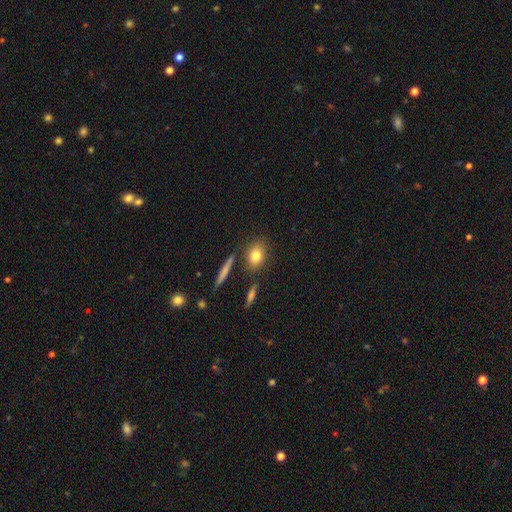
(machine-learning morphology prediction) smooth_or_featured: smooth (p=0.79) [alt: featured or disk p=0.12]
how_rounded: in between (p=0.65) [alt: round p=0.30]
merging: none (p=0.78) [alt: minor disturbance p=0.11]